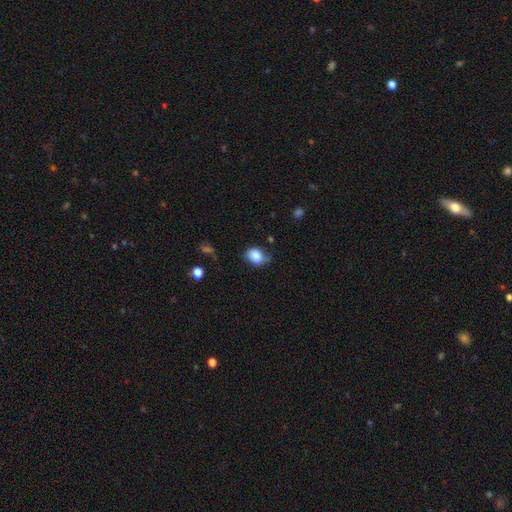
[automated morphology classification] smooth_or_featured: smooth (p=0.82) [alt: featured or disk p=0.10]
how_rounded: in between (p=0.59) [alt: round p=0.40]
merging: none (p=0.58) [alt: minor disturbance p=0.31]